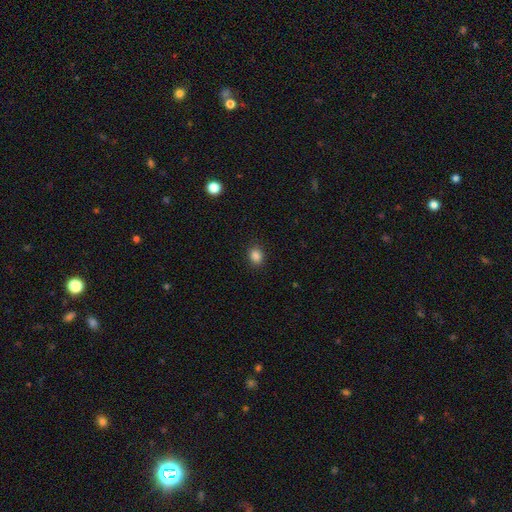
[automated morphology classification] Smooth or featured: smooth — 85% (star or artifact — 11%)
How rounded: round — 50% (in between — 49%)
Merging: none — 89% (minor disturbance — 8%)